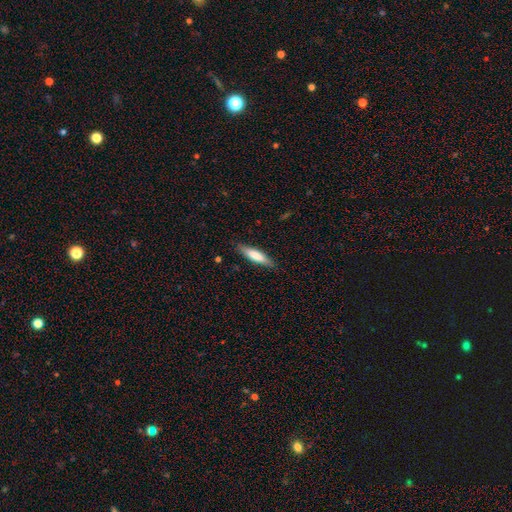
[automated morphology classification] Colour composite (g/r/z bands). It shows a smooth galaxy with no disk features (74%) that is cigar-shaped (73%). Merging: none (86%).